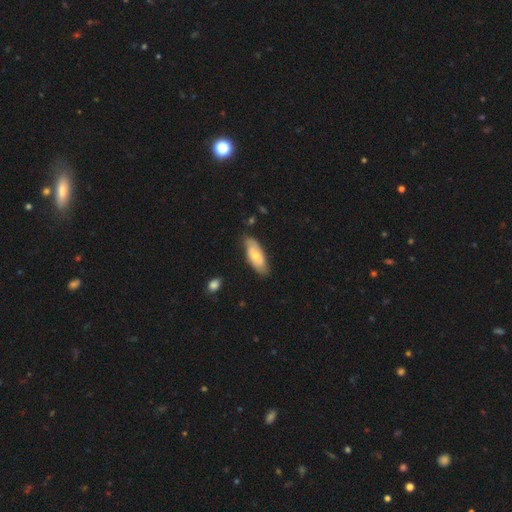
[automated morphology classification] Smooth or featured: smooth — 57% (featured or disk — 38%)
How rounded: in between — 80% (cigar-shaped — 17%)
Merging: none — 74% (minor disturbance — 21%)